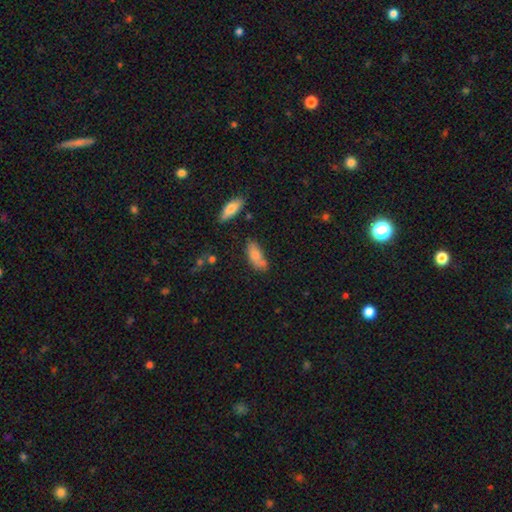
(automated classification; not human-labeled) The model was most divided on "merging": none: 56%, minor disturbance: 25%, merger: 13%, major disturbance: 7%. More confident: how rounded — in between (81%); smooth or featured — smooth (80%).